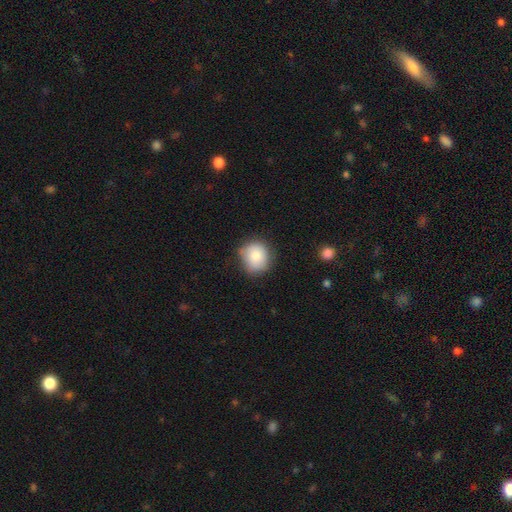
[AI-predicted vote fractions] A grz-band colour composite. It shows a smooth galaxy with no disk features (81%) that is round (81%). Merging: none (71%).